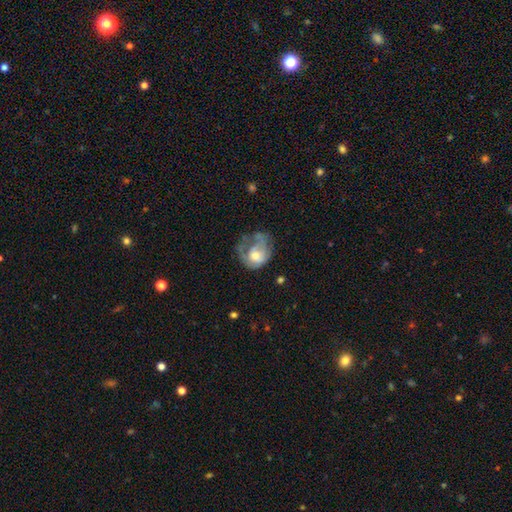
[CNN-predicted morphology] Q: Smooth or featured?
A: featured or disk (50%); runner-up: smooth (43%)
Q: Merging?
A: major disturbance (46%); runner-up: none (24%)